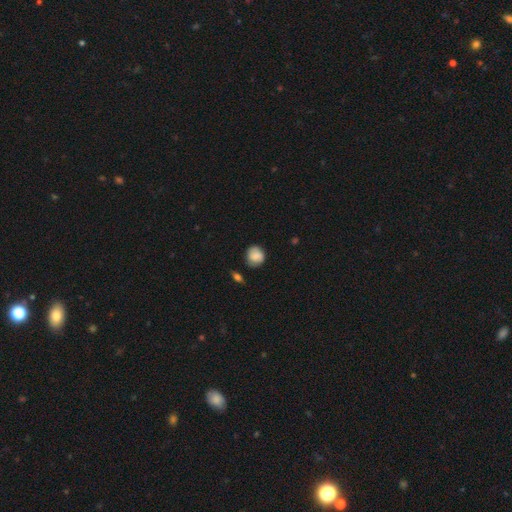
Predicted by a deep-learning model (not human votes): Smooth or featured?
  - smooth: 82% *
  - featured or disk: 10%
  - star or artifact: 8%
How rounded?
  - round: 77% *
  - in between: 22%
  - cigar-shaped: 1%
Merging?
  - none: 69% *
  - minor disturbance: 23%
  - major disturbance: 5%
  - merger: 3%